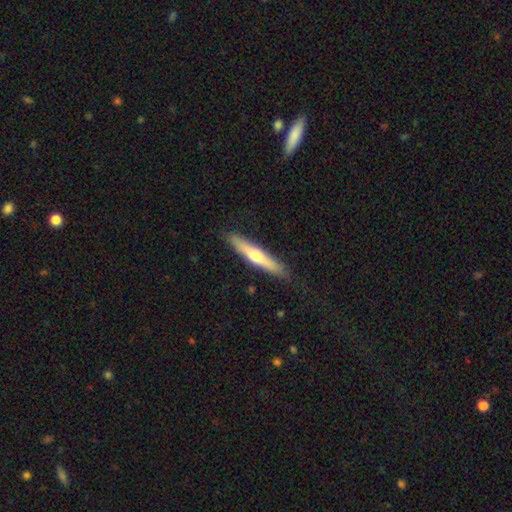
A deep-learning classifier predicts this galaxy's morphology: Smooth or featured: smooth — 50% (featured or disk — 45%)
How rounded: cigar-shaped — 90% (in between — 8%)
Merging: none — 86% (minor disturbance — 11%)